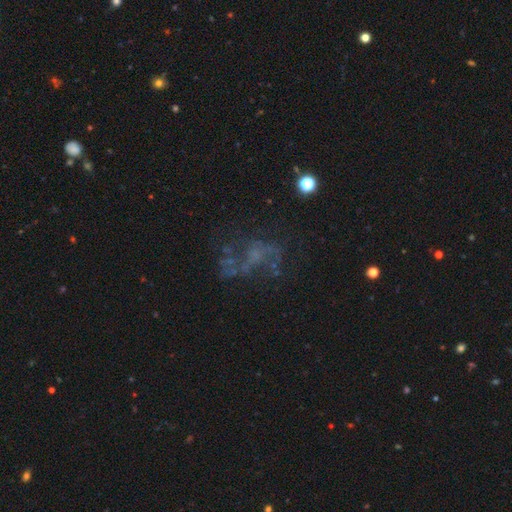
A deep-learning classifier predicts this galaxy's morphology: featured or disk 59%, star or artifact 26%, smooth 16%. Down the decision tree: edge-on disk — no (97%); bar — no (72%); spiral arms — yes (55%); bulge size — none (65%); merging — none (48%).